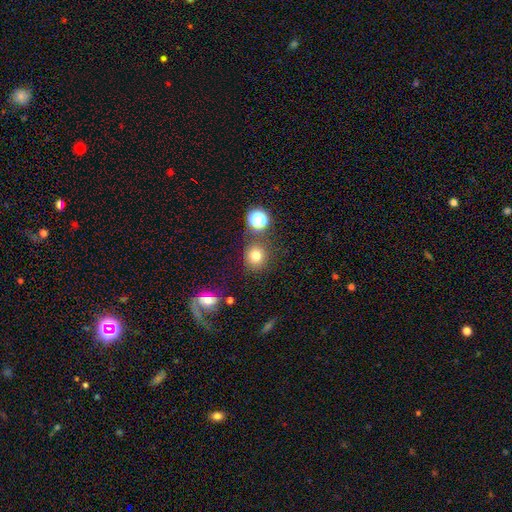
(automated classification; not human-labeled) This appears to be a smooth galaxy with no disk features (76%) that is round (87%). Merging: none (81%).